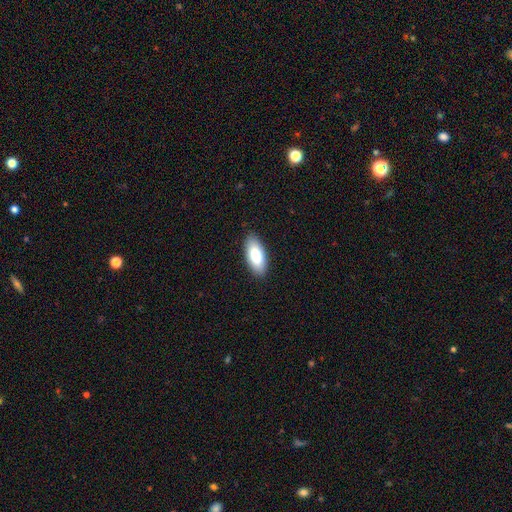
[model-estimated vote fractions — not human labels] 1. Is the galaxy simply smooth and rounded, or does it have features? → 81% smooth, 12% featured or disk, 6% star or artifact.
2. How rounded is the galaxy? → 87% in between, 11% cigar-shaped, 2% round.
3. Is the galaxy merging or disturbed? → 88% none, 9% minor disturbance, 2% major disturbance, 1% merger.